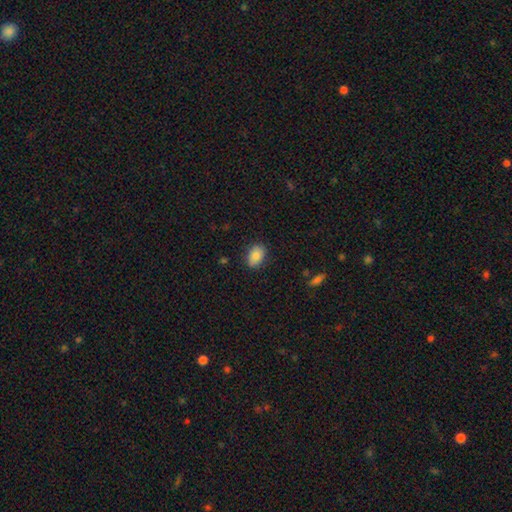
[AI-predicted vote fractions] smooth-or-featured: smooth: 81% | featured or disk: 11% | star or artifact: 8%
  how-rounded: in between: 77% | round: 22% | cigar-shaped: 1%
  merging: none: 85% | minor disturbance: 12% | major disturbance: 2% | merger: 1%